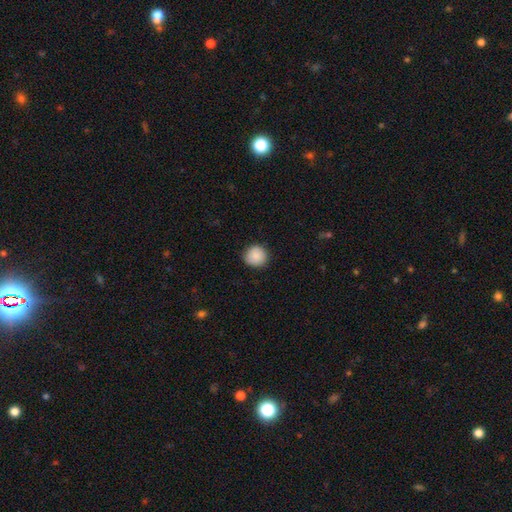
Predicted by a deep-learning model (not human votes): The model was most divided on "merging": none: 88%, minor disturbance: 9%, major disturbance: 2%, merger: 1%. More confident: how rounded — round (92%); smooth or featured — smooth (89%).